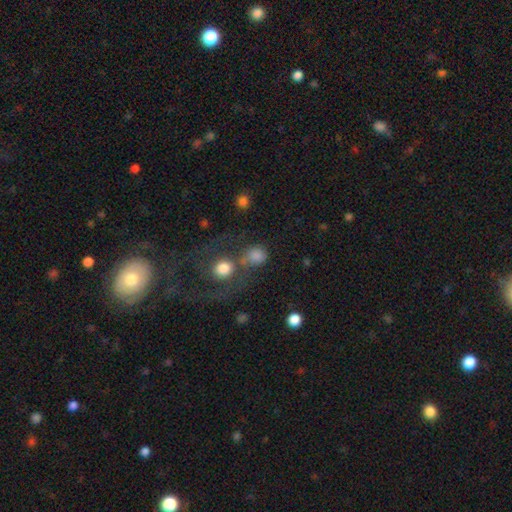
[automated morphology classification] A smooth galaxy with no disk features (79%) that is round (80%). Merging: none (44%).